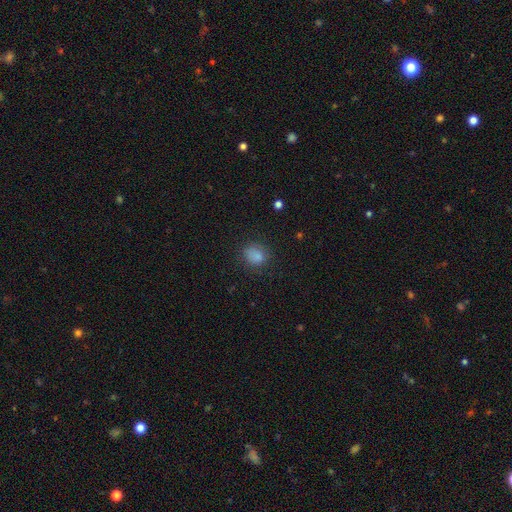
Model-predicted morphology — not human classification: smooth 81%, star or artifact 12%, featured or disk 7%. Down the decision tree: how rounded — round (65%); merging — none (74%).